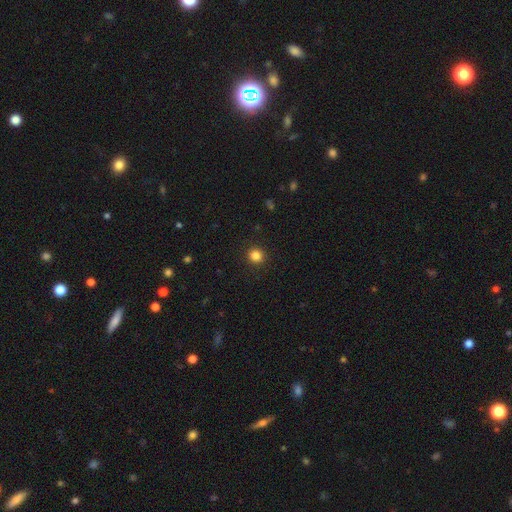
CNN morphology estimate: Smooth or featured? Predicted: smooth (p=0.84). How rounded? Predicted: round (p=0.94). Merging? Predicted: none (p=0.92).